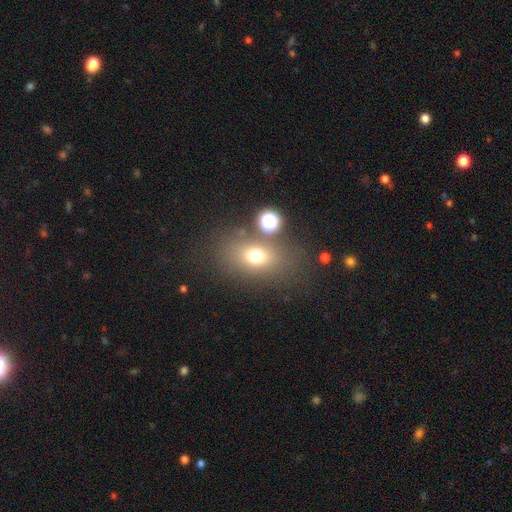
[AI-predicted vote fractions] smooth 69%, star or artifact 17%, featured or disk 14%. Down the decision tree: how rounded — in between (67%); merging — none (69%).